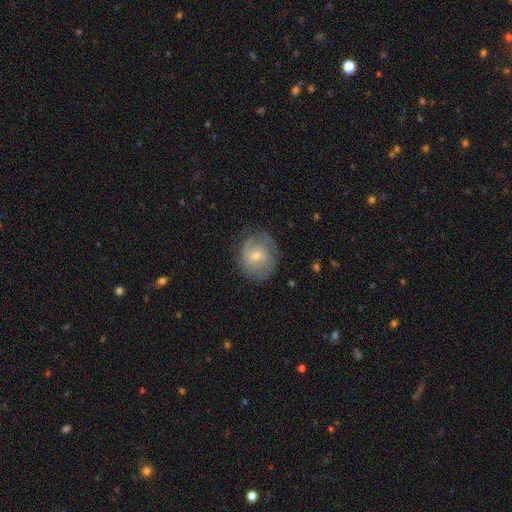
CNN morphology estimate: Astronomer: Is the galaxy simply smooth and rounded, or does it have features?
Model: featured or disk — 63%.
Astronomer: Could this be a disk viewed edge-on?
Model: no — 97%.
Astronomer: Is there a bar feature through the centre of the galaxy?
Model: weak — 47% (runner-up: no, 44%).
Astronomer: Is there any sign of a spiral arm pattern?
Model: yes — 84%.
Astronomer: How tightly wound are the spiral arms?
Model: tight — 46% (runner-up: medium, 38%).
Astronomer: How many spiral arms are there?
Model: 2 — 44% (runner-up: can't tell, 34%).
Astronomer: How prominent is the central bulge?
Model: small — 57% (runner-up: moderate, 38%).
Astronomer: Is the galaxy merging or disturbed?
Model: none — 73%.